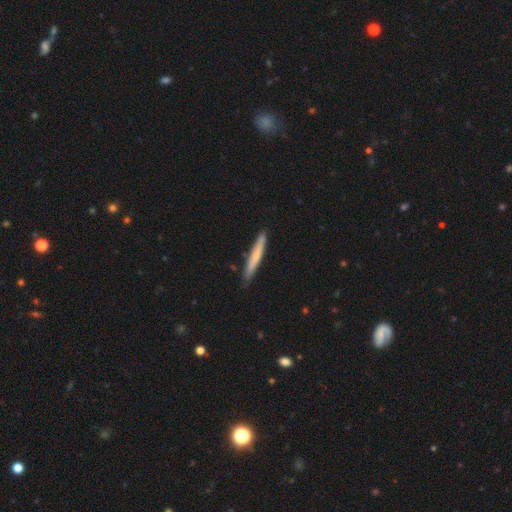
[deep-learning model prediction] Smooth or featured? smooth (57%)
How rounded? cigar-shaped (95%)
Merging? none (84%)